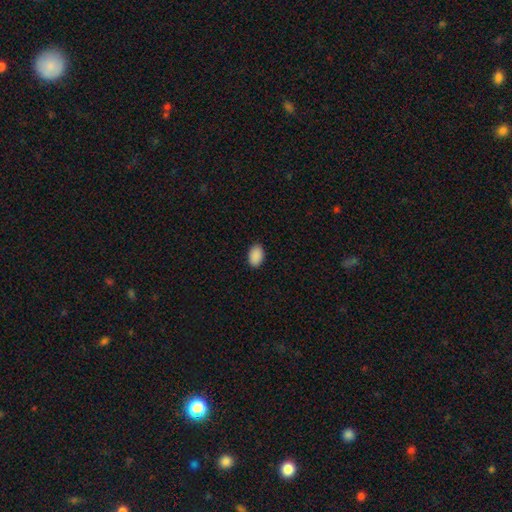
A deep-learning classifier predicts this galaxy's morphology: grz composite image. It shows a smooth galaxy with no disk features (91%) that is in between round and cigar-shaped (89%). Merging: none (90%).